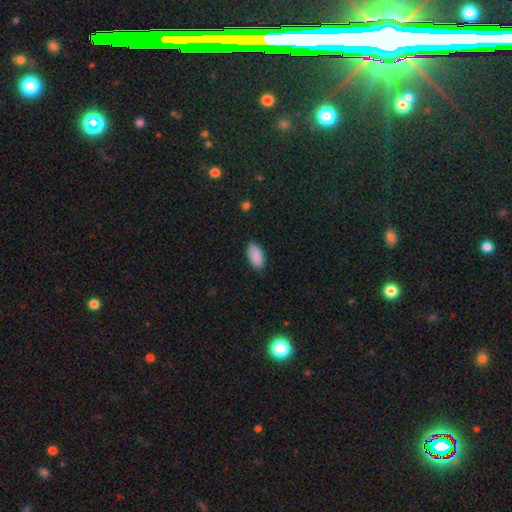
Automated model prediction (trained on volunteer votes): Smooth or featured: smooth — 90% (star or artifact — 7%)
How rounded: in between — 95% (cigar-shaped — 3%)
Merging: none — 87% (minor disturbance — 10%)